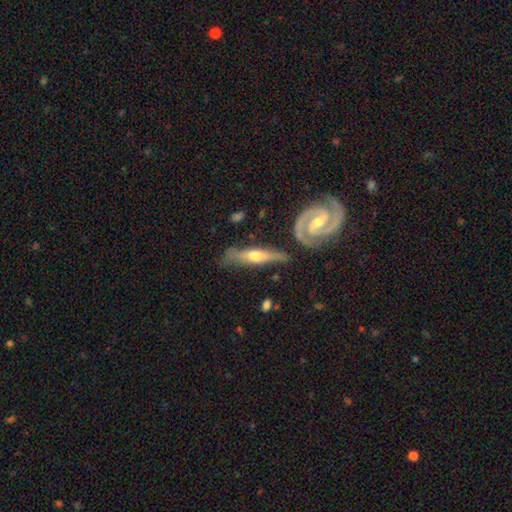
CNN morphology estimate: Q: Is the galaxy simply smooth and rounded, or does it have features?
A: featured or disk — 69%.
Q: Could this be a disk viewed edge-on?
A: yes — 75%.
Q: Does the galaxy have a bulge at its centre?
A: rounded — 82%.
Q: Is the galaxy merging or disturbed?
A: none — 66%.